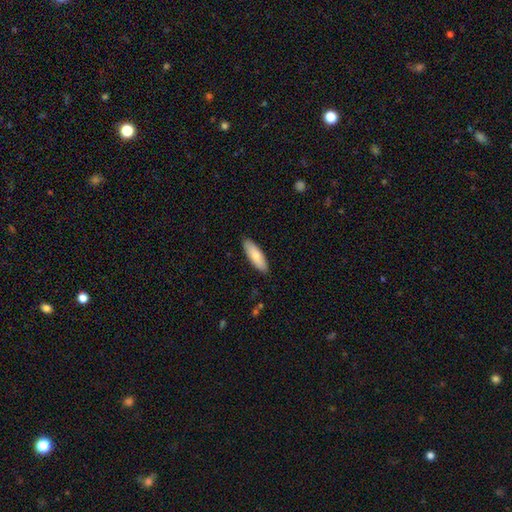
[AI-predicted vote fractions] smooth_or_featured: smooth (p=0.79) [alt: featured or disk p=0.16]
how_rounded: in between (p=0.56) [alt: cigar-shaped p=0.43]
merging: none (p=0.89) [alt: minor disturbance p=0.08]